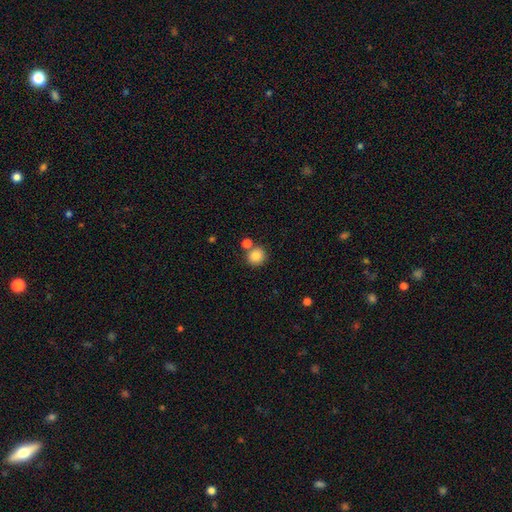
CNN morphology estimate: Smooth or featured? smooth (84%)
How rounded? round (90%)
Merging? none (70%)